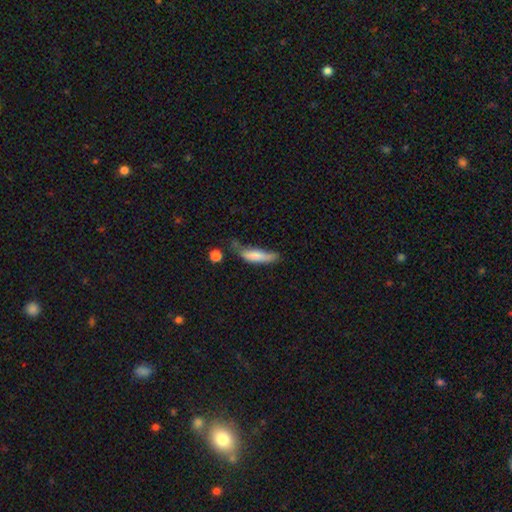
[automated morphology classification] smooth_or_featured: smooth (p=0.76) [alt: featured or disk p=0.17]
how_rounded: cigar-shaped (p=0.67) [alt: in between p=0.31]
merging: none (p=0.38) [alt: minor disturbance p=0.35]